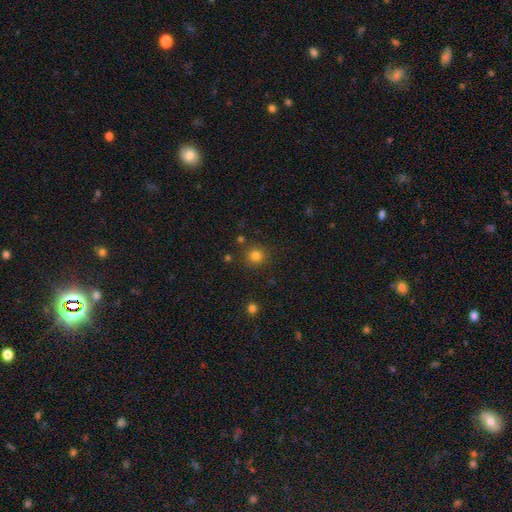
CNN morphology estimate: A smooth galaxy with no disk features (81%) that is round (91%). Merging: none (84%).